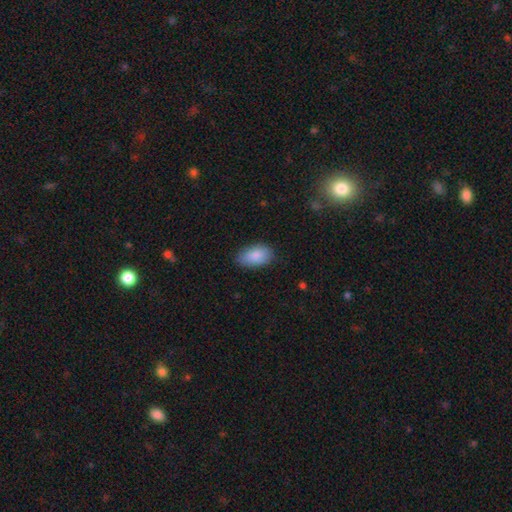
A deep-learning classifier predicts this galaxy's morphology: smooth 86%, featured or disk 7%, star or artifact 6%. Down the decision tree: how rounded — in between (93%); merging — none (79%).